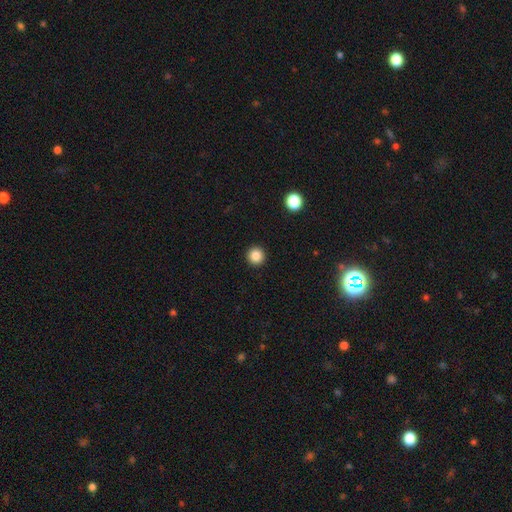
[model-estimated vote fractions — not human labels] A smooth galaxy with no disk features (85%) that is round (96%).

Vote fractions:
- Smooth or featured? smooth: 85% / star or artifact: 11% / featured or disk: 4%
- How rounded? round: 96% / in between: 3% / cigar-shaped: 1%
- Merging? none: 93% / minor disturbance: 4% / major disturbance: 1% / merger: 1%